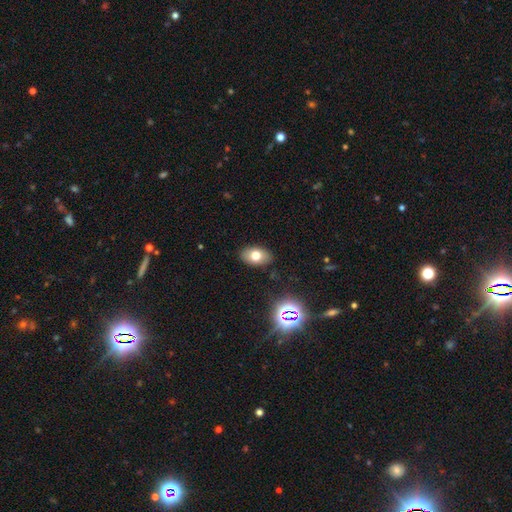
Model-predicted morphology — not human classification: A smooth galaxy with no disk features (72%) that is in between round and cigar-shaped (87%). Merging: none (87%).